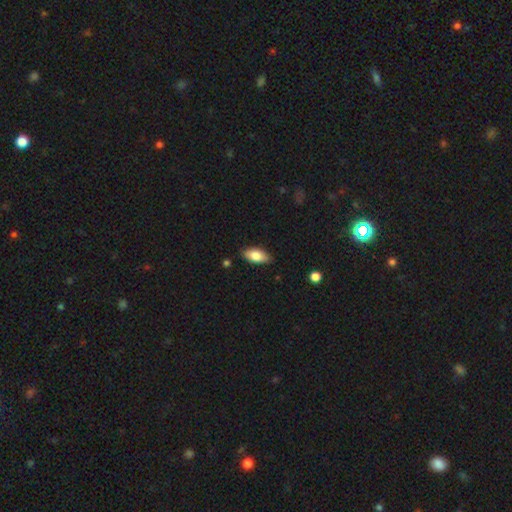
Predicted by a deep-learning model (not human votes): Overall: smooth (80%). How rounded: in between (89%). Merging: none (85%).